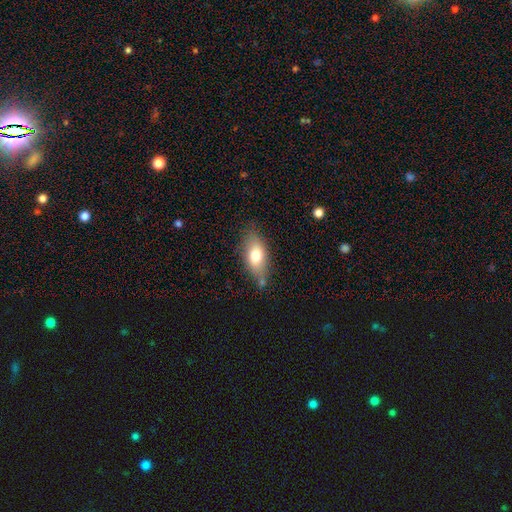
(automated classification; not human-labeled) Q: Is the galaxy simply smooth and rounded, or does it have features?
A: smooth — 73%.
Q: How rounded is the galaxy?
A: in between — 86%.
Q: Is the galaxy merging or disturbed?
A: none — 68%.